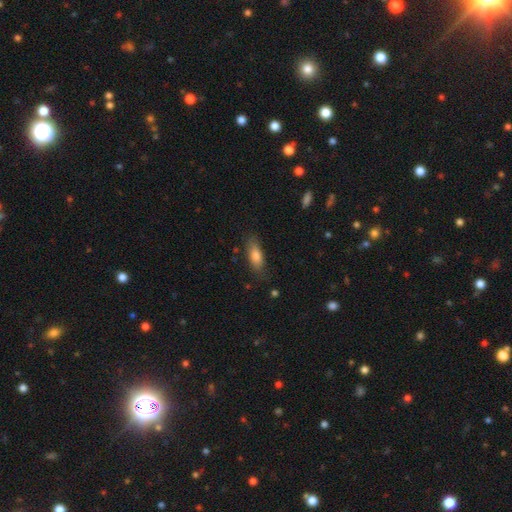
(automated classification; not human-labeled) This appears to be a smooth galaxy with no disk features (79%) that is in between round and cigar-shaped (74%). Merging: none (78%).